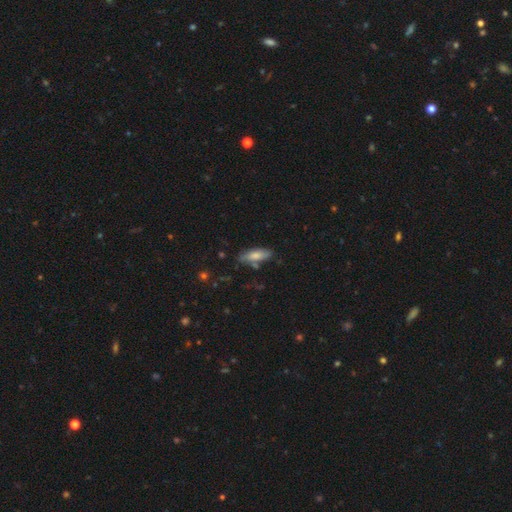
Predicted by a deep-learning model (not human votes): This is likely a smooth galaxy (75%). How rounded: likely in between (64%). Merging: likely none (68%).